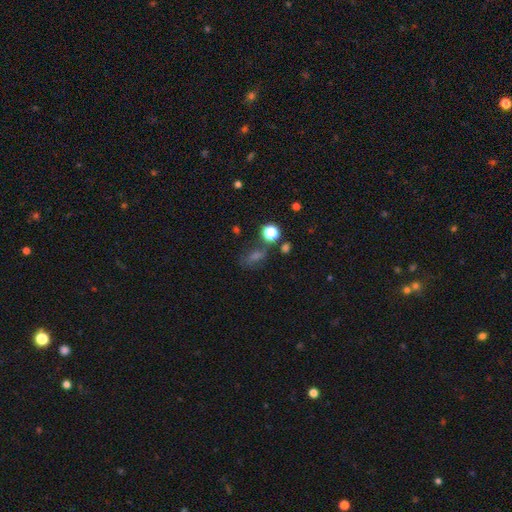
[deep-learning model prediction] Smooth or featured: smooth — 42% (star or artifact — 40%)
Merging: none — 60% (minor disturbance — 18%)